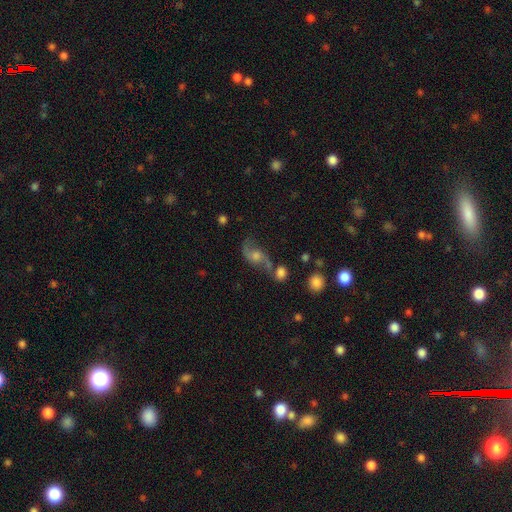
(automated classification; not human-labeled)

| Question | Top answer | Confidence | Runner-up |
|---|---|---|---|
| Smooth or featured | featured or disk | 74% | smooth (15%) |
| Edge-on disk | no | 95% | yes (5%) |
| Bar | no | 67% | weak (28%) |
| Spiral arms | yes | 92% | no (8%) |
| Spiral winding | loose | 71% | medium (24%) |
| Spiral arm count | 2 | 90% | 1 (4%) |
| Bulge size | moderate | 55% | small (24%) |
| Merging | none | 55% | minor disturbance (18%) |